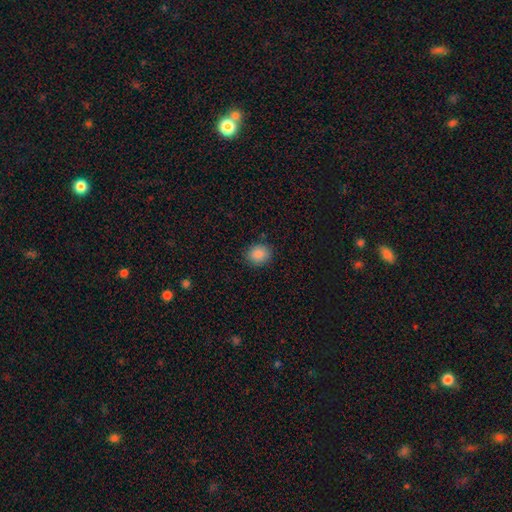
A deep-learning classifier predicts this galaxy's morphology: Overall: smooth (85%). How rounded: round (75%). Merging: none (89%).